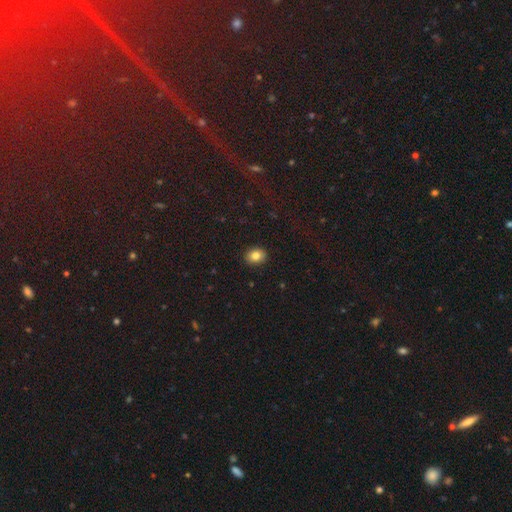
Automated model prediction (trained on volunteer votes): The model was most divided on "how rounded": in between: 50%, round: 49%, cigar-shaped: 1%. More confident: merging — none (91%); smooth or featured — smooth (82%).